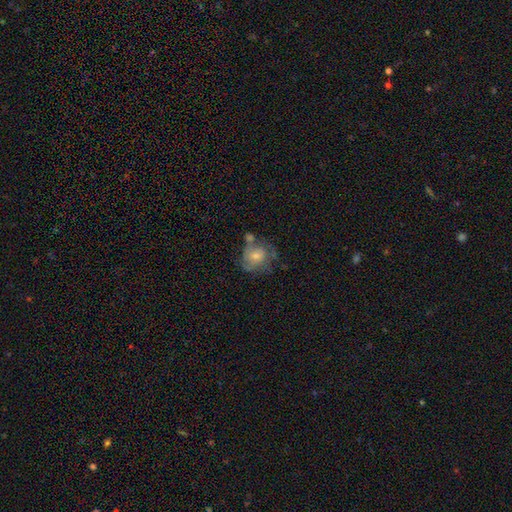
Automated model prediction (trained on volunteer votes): smooth-or-featured: featured or disk: 47% | smooth: 41% | star or artifact: 12%
  merging: none: 49% | minor disturbance: 22% | merger: 16% | major disturbance: 13%